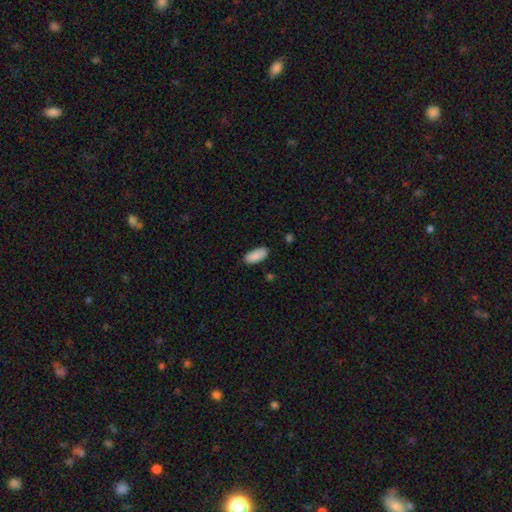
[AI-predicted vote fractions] The model was most divided on "merging": none: 85%, minor disturbance: 12%, major disturbance: 2%, merger: 1%. More confident: smooth or featured — smooth (90%); how rounded — in between (87%).